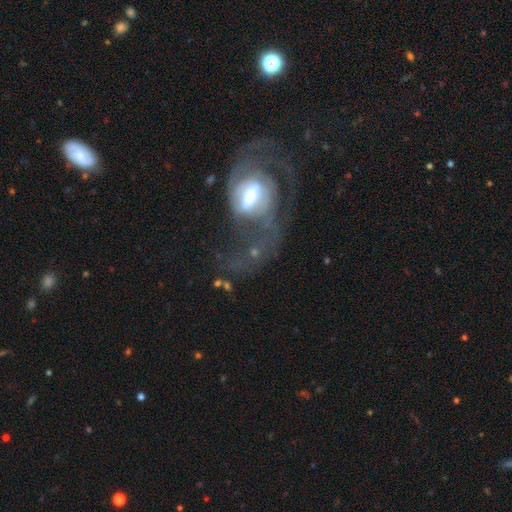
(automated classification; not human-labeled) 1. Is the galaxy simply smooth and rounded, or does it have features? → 83% featured or disk, 9% smooth, 8% star or artifact.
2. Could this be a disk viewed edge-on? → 97% no, 3% yes.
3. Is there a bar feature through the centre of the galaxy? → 48% weak, 31% no, 21% strong.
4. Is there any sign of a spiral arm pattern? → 90% yes, 10% no.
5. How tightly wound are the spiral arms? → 44% loose, 43% medium, 13% tight.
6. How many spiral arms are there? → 75% 2, 9% can't tell, 6% 1, 4% 3, 3% 4, 3% more than 4.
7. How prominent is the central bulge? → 53% moderate, 22% large, 19% small, 3% dominant, 3% none.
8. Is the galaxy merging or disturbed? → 45% none, 34% major disturbance, 14% minor disturbance, 7% merger.